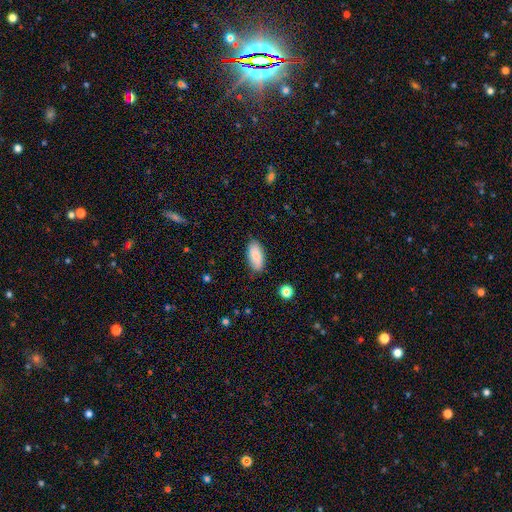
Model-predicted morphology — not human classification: smooth 80%, featured or disk 13%, star or artifact 7%. Down the decision tree: how rounded — in between (90%); merging — none (82%).